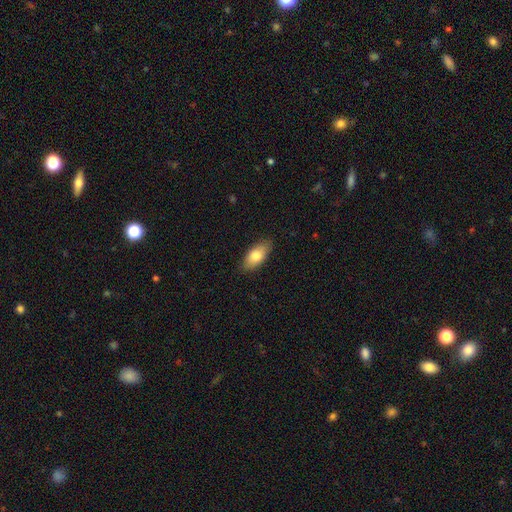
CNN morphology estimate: Smooth or featured: smooth — 79% (featured or disk — 14%)
How rounded: in between — 88% (cigar-shaped — 9%)
Merging: none — 87% (minor disturbance — 11%)